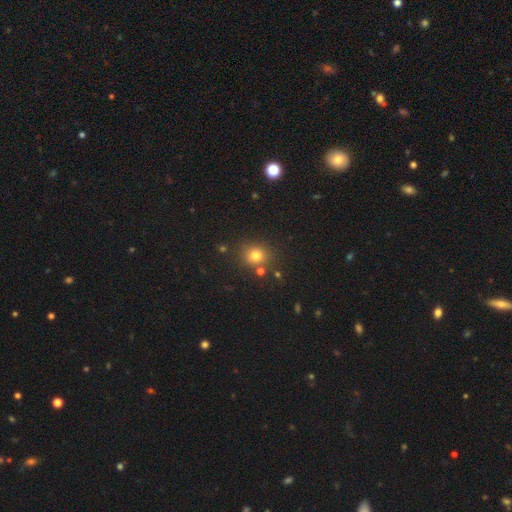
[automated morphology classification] Q: Smooth or featured?
A: smooth (77%); runner-up: star or artifact (16%)
Q: How rounded?
A: round (84%); runner-up: in between (15%)
Q: Merging?
A: none (79%); runner-up: minor disturbance (10%)